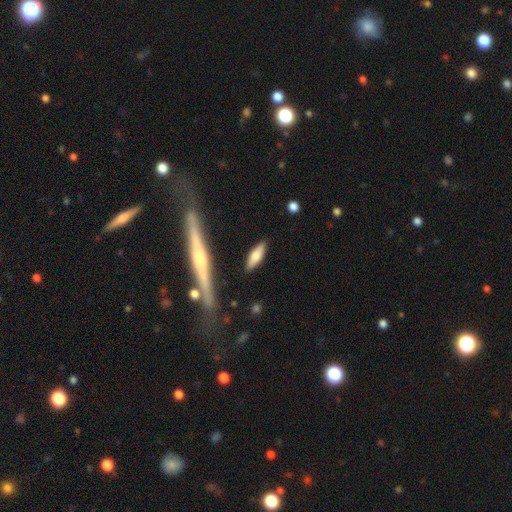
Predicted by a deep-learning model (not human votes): Morphology: type=smooth (67%); roundness=cigar-shaped (51%); merging=none (85%).